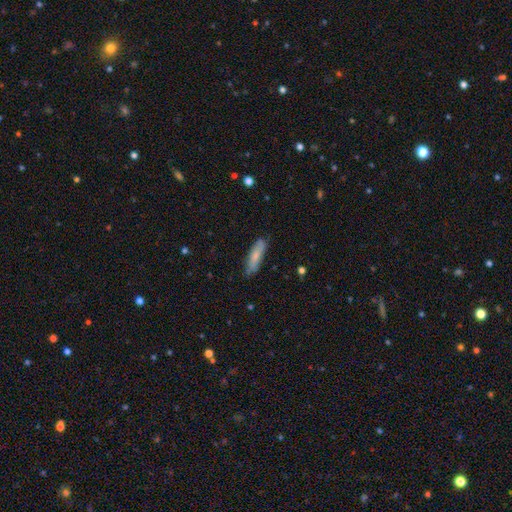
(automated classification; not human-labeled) Smooth or featured?
  - smooth: 71% *
  - featured or disk: 22%
  - star or artifact: 6%
How rounded?
  - cigar-shaped: 63% *
  - in between: 35%
  - round: 2%
Merging?
  - none: 76% *
  - minor disturbance: 19%
  - major disturbance: 3%
  - merger: 2%